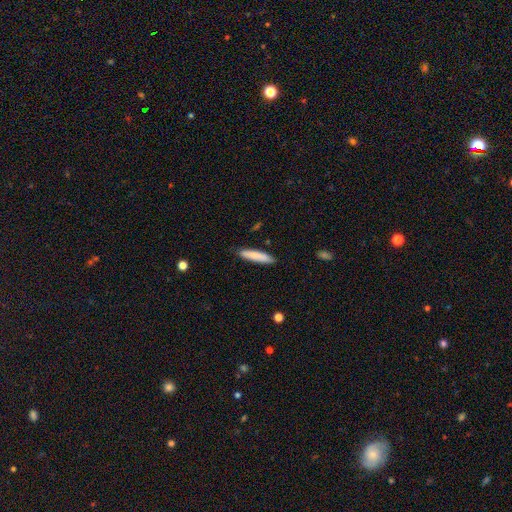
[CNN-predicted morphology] Q: Smooth or featured?
A: smooth (83%); runner-up: featured or disk (11%)
Q: How rounded?
A: cigar-shaped (83%); runner-up: in between (16%)
Q: Merging?
A: none (87%); runner-up: minor disturbance (10%)